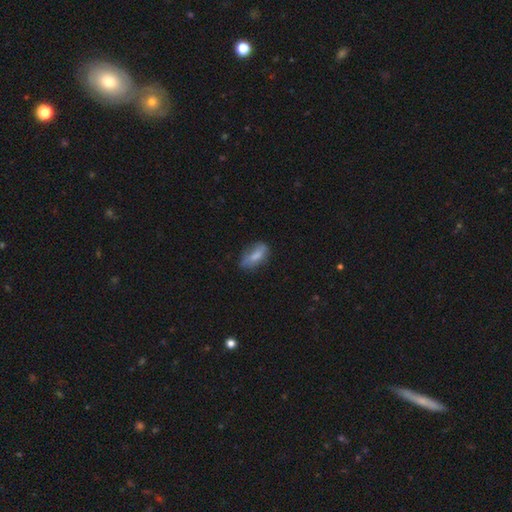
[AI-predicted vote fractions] smooth-or-featured: smooth: 70% | featured or disk: 21% | star or artifact: 8%
  how-rounded: in between: 84% | cigar-shaped: 12% | round: 4%
  merging: none: 57% | minor disturbance: 29% | major disturbance: 11% | merger: 3%